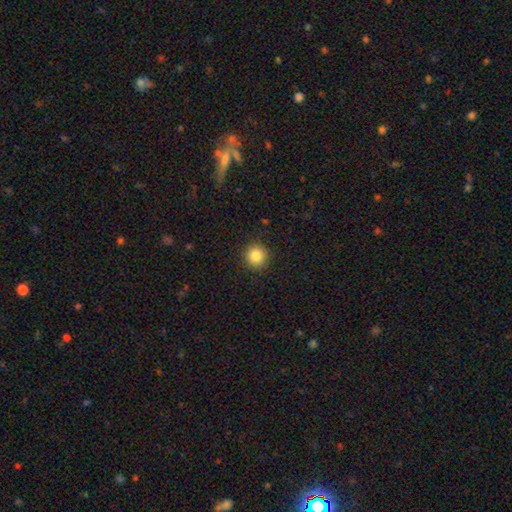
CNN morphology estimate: Smooth or featured: smooth — 85% (star or artifact — 10%)
How rounded: round — 93% (in between — 6%)
Merging: none — 90% (minor disturbance — 7%)